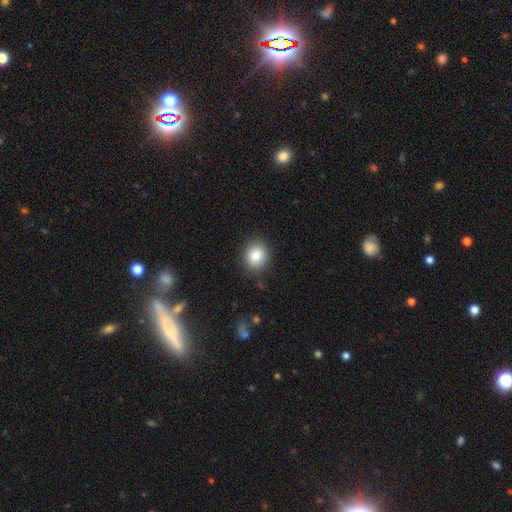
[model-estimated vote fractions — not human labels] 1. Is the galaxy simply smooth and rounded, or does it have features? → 82% smooth, 9% star or artifact, 9% featured or disk.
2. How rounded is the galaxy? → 77% round, 22% in between, 1% cigar-shaped.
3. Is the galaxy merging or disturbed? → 88% none, 8% minor disturbance, 2% major disturbance, 1% merger.